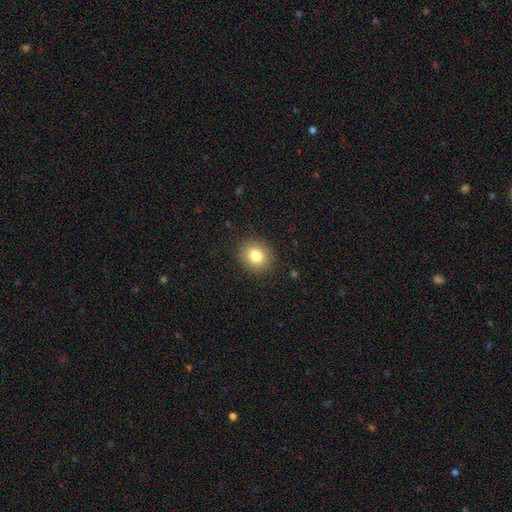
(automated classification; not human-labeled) smooth 82%, star or artifact 10%, featured or disk 8%. Down the decision tree: how rounded — round (72%); merging — none (89%).